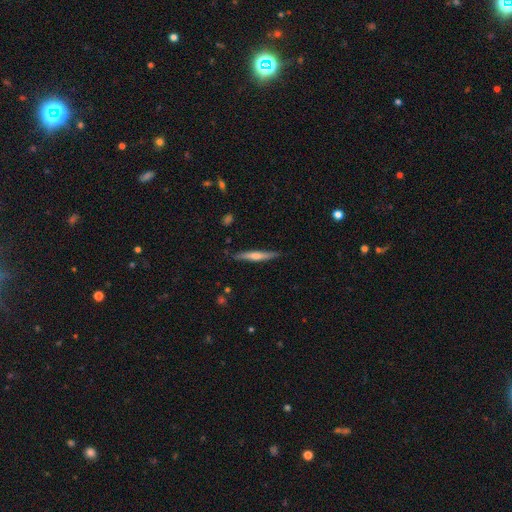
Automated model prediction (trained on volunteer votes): A featured or disk galaxy (48%).

Vote fractions:
- Smooth or featured? featured or disk: 48% / smooth: 46% / star or artifact: 6%
- Merging? none: 85% / minor disturbance: 11% / major disturbance: 2% / merger: 2%